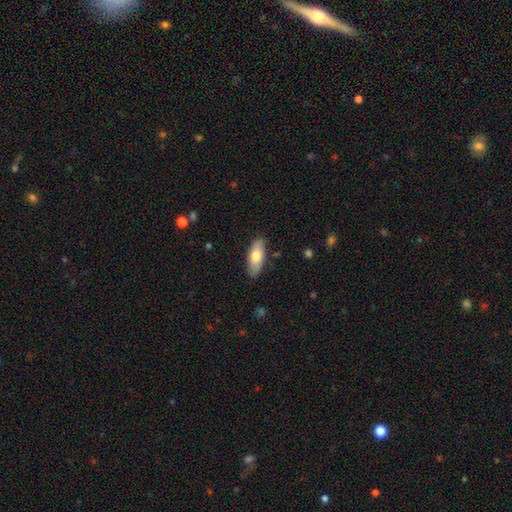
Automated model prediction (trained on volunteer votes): A smooth galaxy with no disk features (71%) that is in between round and cigar-shaped (78%). Merging: none (86%).